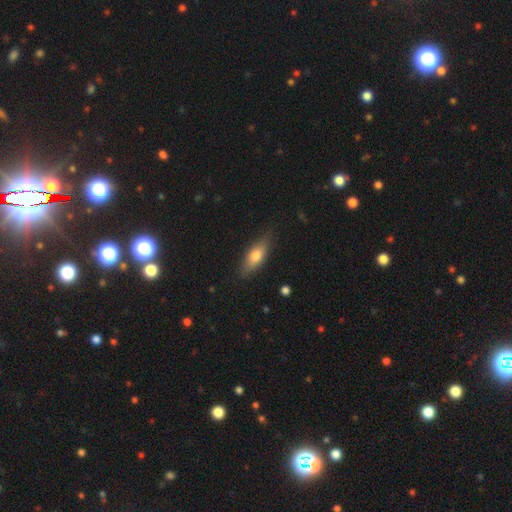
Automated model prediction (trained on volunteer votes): Smooth or featured?
  - smooth: 71% *
  - featured or disk: 23%
  - star or artifact: 6%
How rounded?
  - in between: 69% *
  - cigar-shaped: 28%
  - round: 3%
Merging?
  - none: 80% *
  - minor disturbance: 16%
  - major disturbance: 3%
  - merger: 1%